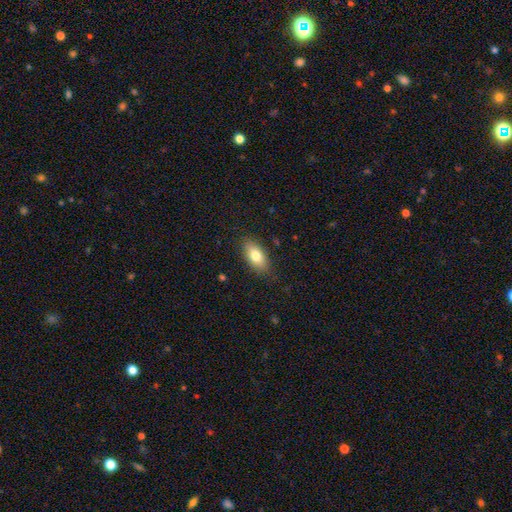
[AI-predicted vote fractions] A smooth galaxy with no disk features (78%) that is in between round and cigar-shaped (88%).

Vote fractions:
- Smooth or featured? smooth: 78% / featured or disk: 14% / star or artifact: 7%
- How rounded? in between: 88% / cigar-shaped: 7% / round: 5%
- Merging? none: 82% / minor disturbance: 14% / major disturbance: 3% / merger: 1%